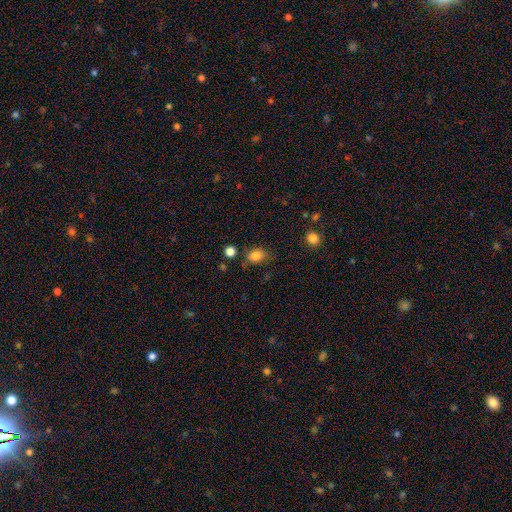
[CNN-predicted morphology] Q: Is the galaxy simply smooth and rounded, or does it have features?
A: smooth — 83%.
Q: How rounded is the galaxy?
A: in between — 63%.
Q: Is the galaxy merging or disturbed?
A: none — 70%.